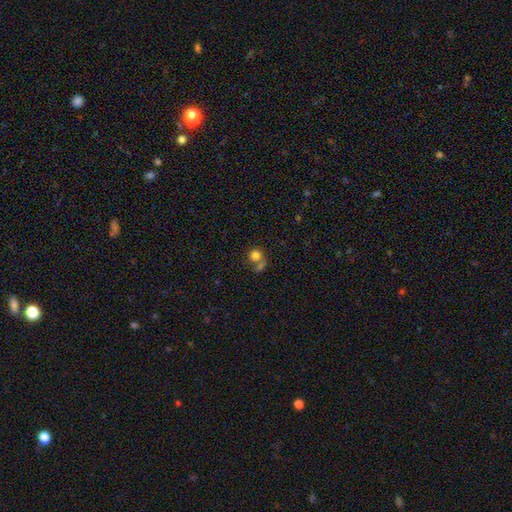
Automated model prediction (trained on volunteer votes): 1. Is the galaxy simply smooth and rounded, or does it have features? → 77% smooth, 12% star or artifact, 11% featured or disk.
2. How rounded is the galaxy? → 84% round, 15% in between, 1% cigar-shaped.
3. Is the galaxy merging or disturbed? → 43% none, 36% merger, 11% minor disturbance, 10% major disturbance.